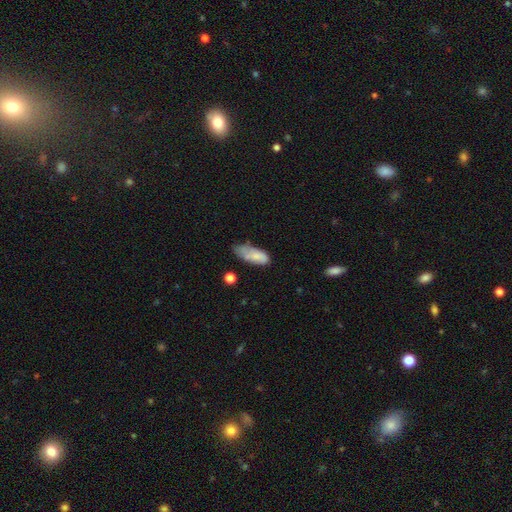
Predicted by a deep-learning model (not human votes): Smooth or featured? Predicted: smooth (p=0.75). How rounded? Predicted: in between (p=0.79). Merging? Predicted: minor disturbance (p=0.38).